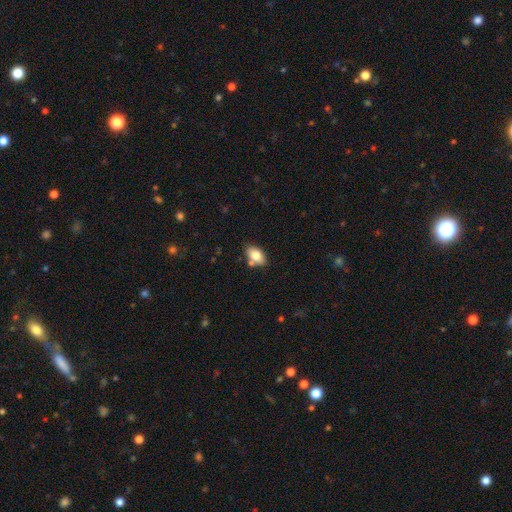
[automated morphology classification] A smooth galaxy with no disk features (79%) that is in between round and cigar-shaped (89%).

Vote fractions:
- Smooth or featured? smooth: 79% / featured or disk: 13% / star or artifact: 8%
- How rounded? in between: 89% / round: 9% / cigar-shaped: 2%
- Merging? none: 71% / minor disturbance: 15% / merger: 12% / major disturbance: 3%